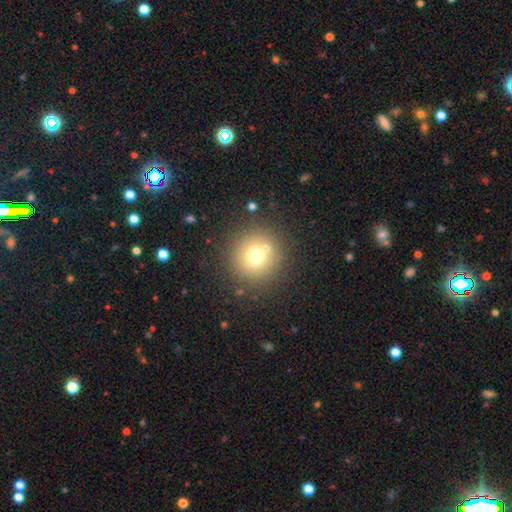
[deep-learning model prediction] Q: Smooth or featured?
A: smooth (69%); runner-up: star or artifact (18%)
Q: How rounded?
A: round (95%); runner-up: in between (4%)
Q: Merging?
A: none (82%); runner-up: minor disturbance (7%)